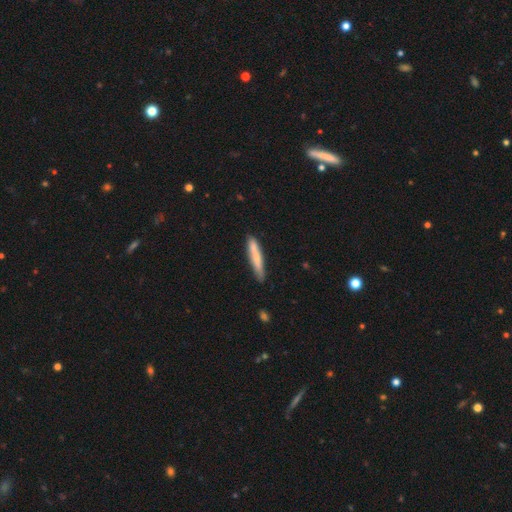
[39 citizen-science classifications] Overall: smooth (74%). How rounded: cigar-shaped (93%). Merging: none (84%).